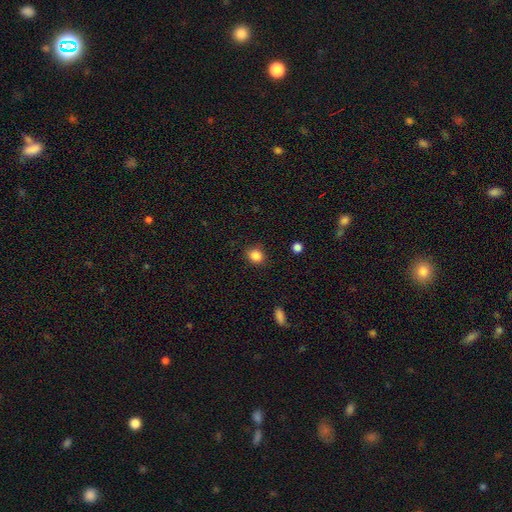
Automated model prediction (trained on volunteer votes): Smooth or featured? smooth (86%)
How rounded? round (71%)
Merging? none (87%)